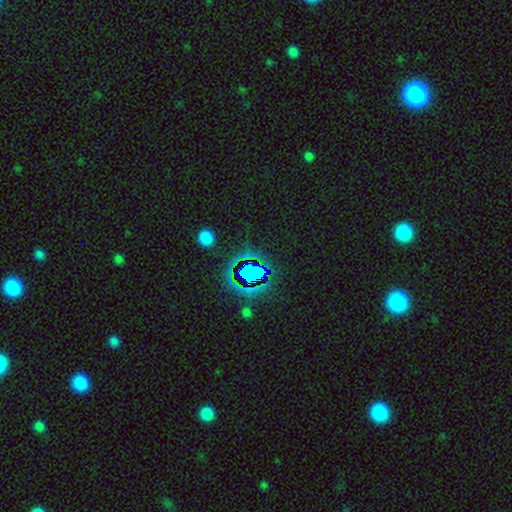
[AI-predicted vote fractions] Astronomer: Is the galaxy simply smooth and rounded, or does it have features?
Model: star or artifact — 79%.